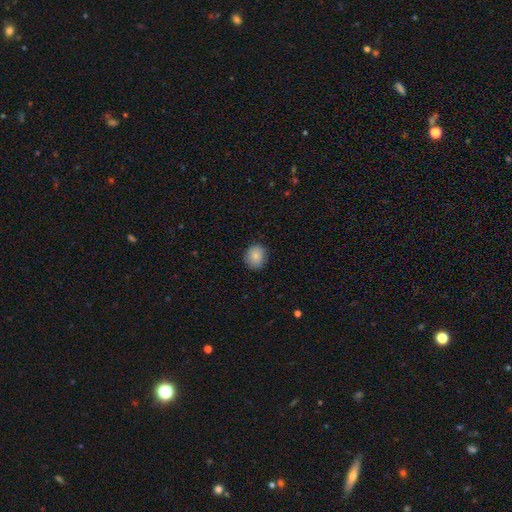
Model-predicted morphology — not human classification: Smooth or featured? Predicted: smooth (p=0.84). How rounded? Predicted: round (p=0.77). Merging? Predicted: none (p=0.84).